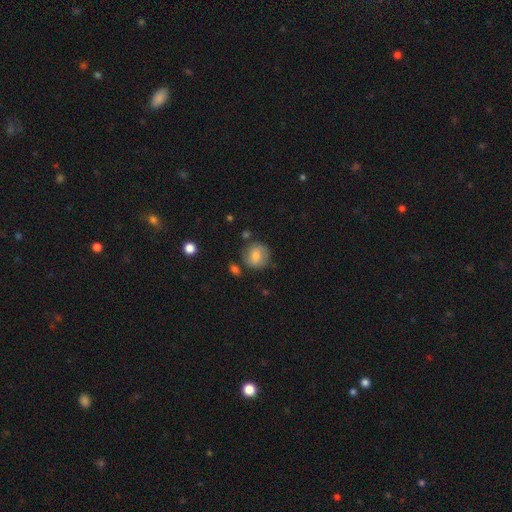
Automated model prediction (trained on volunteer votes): smooth_or_featured: smooth (p=0.72) [alt: featured or disk p=0.20]
how_rounded: round (p=0.87) [alt: in between p=0.12]
merging: none (p=0.75) [alt: minor disturbance p=0.15]